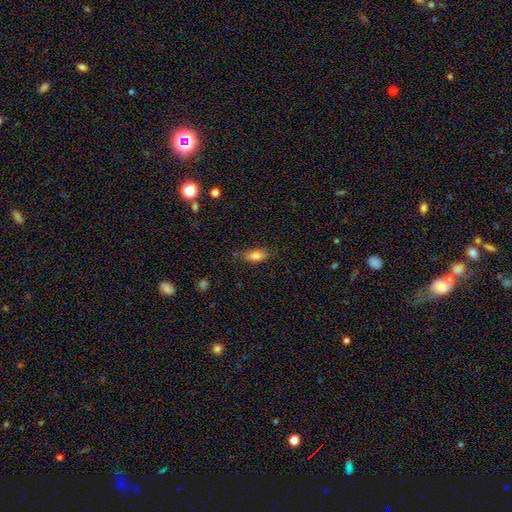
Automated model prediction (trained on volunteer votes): A smooth galaxy with no disk features (79%) that is in between round and cigar-shaped (78%).

Vote fractions:
- Smooth or featured? smooth: 79% / featured or disk: 12% / star or artifact: 9%
- How rounded? in between: 78% / cigar-shaped: 18% / round: 4%
- Merging? none: 76% / minor disturbance: 17% / major disturbance: 4% / merger: 2%